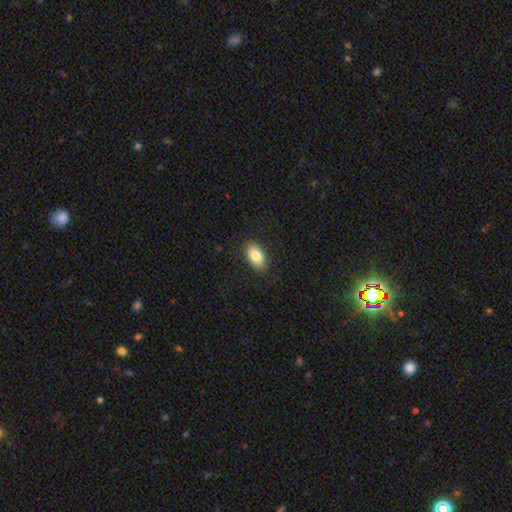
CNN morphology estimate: smooth-or-featured: smooth: 82% | featured or disk: 11% | star or artifact: 7%
  how-rounded: in between: 92% | round: 6% | cigar-shaped: 3%
  merging: none: 87% | minor disturbance: 10% | major disturbance: 2% | merger: 1%